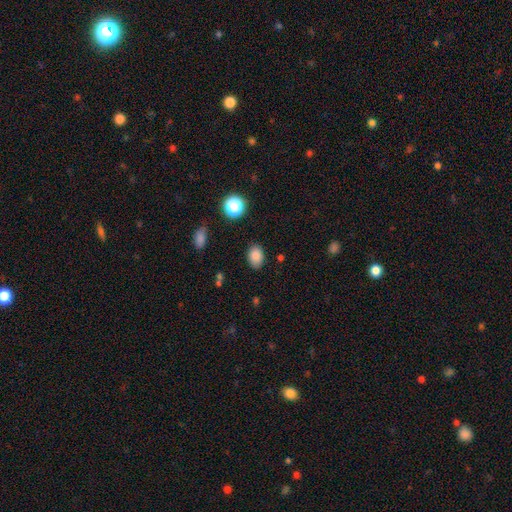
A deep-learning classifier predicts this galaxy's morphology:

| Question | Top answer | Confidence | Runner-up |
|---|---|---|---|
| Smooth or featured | smooth | 84% | star or artifact (11%) |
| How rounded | in between | 78% | round (21%) |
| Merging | none | 84% | minor disturbance (11%) |